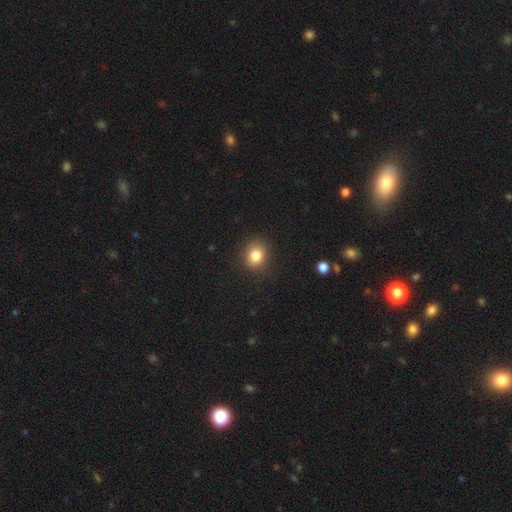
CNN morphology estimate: This is clearly a smooth galaxy (83%). How rounded: likely round (62%). Merging: clearly none (85%).